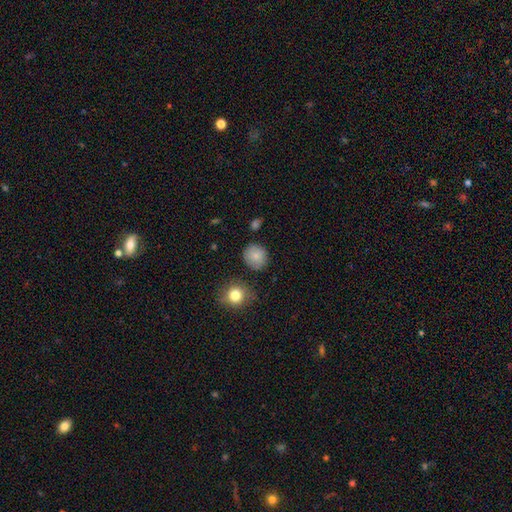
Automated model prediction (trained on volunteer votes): Smooth or featured?
  - smooth: 83% *
  - star or artifact: 9%
  - featured or disk: 8%
How rounded?
  - round: 87% *
  - in between: 12%
  - cigar-shaped: 1%
Merging?
  - none: 82% *
  - minor disturbance: 12%
  - major disturbance: 3%
  - merger: 2%